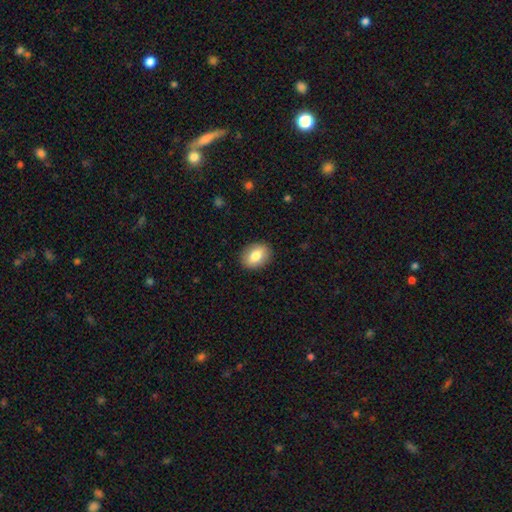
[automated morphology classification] smooth-or-featured: smooth: 80% | featured or disk: 13% | star or artifact: 7%
  how-rounded: in between: 73% | round: 25% | cigar-shaped: 1%
  merging: none: 89% | minor disturbance: 8% | major disturbance: 2% | merger: 1%